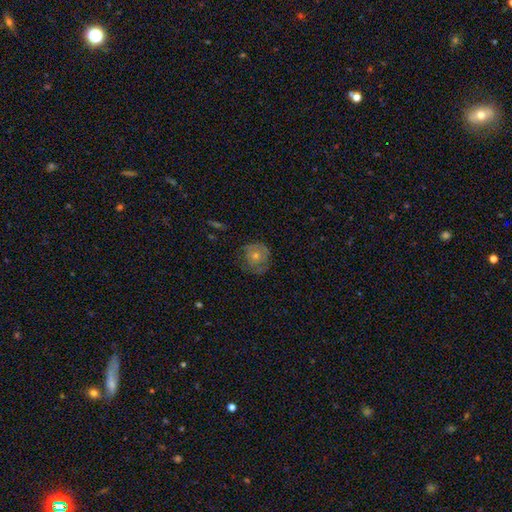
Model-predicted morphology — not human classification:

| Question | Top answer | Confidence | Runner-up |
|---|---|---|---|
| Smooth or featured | featured or disk | 47% | smooth (40%) |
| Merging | none | 77% | minor disturbance (16%) |